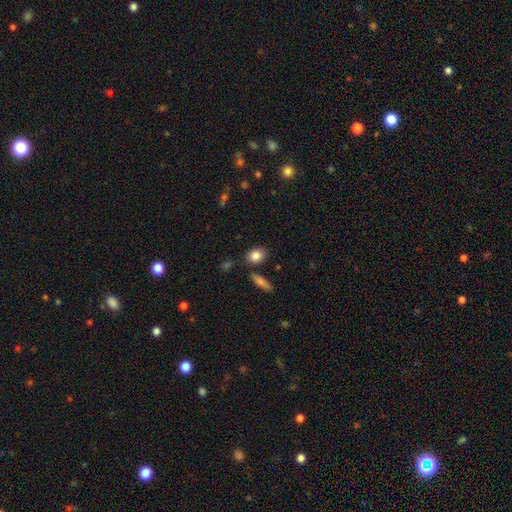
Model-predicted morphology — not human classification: type=smooth (86%); roundness=in between (60%); merging=none (80%).